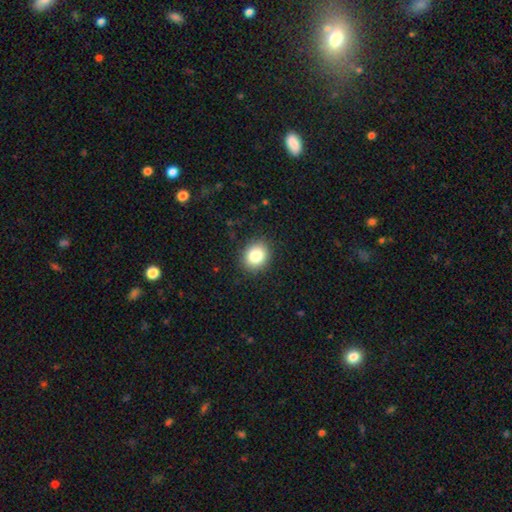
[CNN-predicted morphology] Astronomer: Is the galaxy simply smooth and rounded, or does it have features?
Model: smooth — 82%.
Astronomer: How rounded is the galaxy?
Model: round — 69%.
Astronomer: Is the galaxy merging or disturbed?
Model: none — 89%.